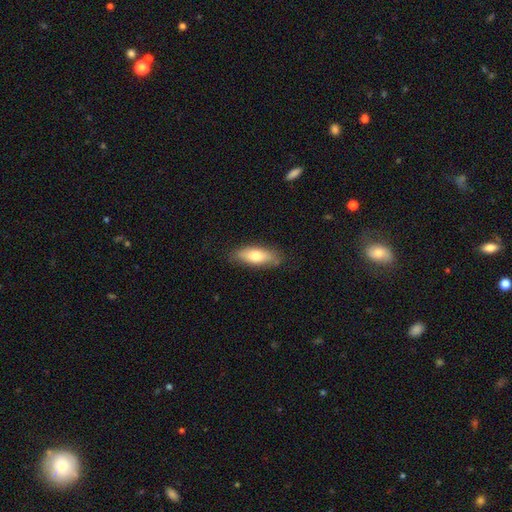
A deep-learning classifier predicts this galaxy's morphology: Q: Smooth or featured?
A: smooth (73%); runner-up: featured or disk (21%)
Q: How rounded?
A: in between (67%); runner-up: cigar-shaped (31%)
Q: Merging?
A: none (81%); runner-up: minor disturbance (15%)